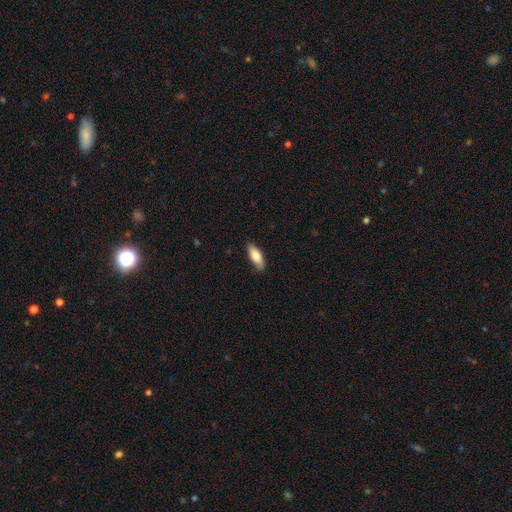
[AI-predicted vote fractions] A smooth galaxy with no disk features (80%) that is in between round and cigar-shaped (67%).

Vote fractions:
- Smooth or featured? smooth: 80% / featured or disk: 14% / star or artifact: 6%
- How rounded? in between: 67% / cigar-shaped: 31% / round: 2%
- Merging? none: 85% / minor disturbance: 12% / major disturbance: 2% / merger: 1%